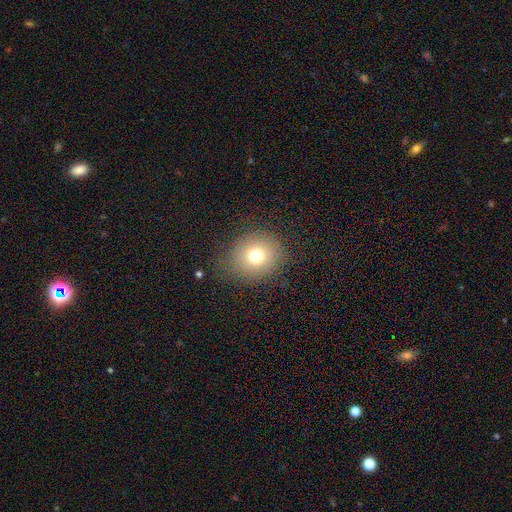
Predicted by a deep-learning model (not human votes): Smooth or featured? Predicted: smooth (p=0.74). How rounded? Predicted: round (p=0.76). Merging? Predicted: none (p=0.77).